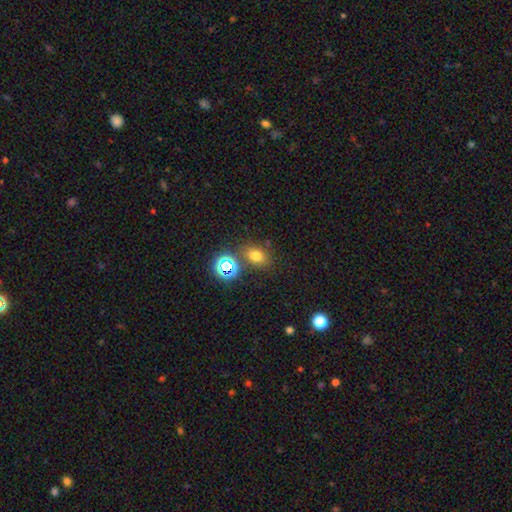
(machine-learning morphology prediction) This is likely a smooth galaxy (67%). How rounded: possibly in between (60%). Merging: likely none (74%).